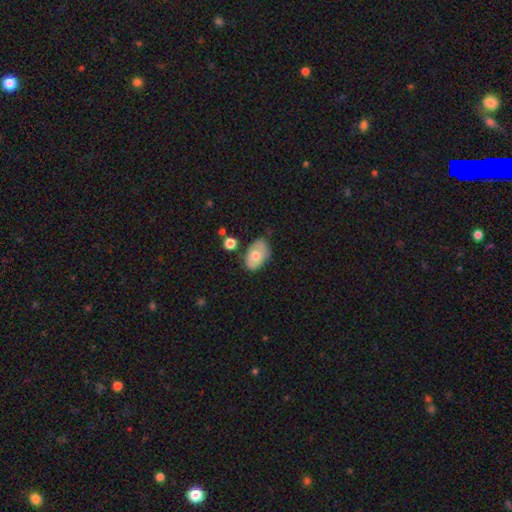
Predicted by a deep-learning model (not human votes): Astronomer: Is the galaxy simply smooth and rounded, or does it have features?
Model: smooth — 64%.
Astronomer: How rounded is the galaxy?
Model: in between — 88%.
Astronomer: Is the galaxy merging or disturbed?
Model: none — 66%.